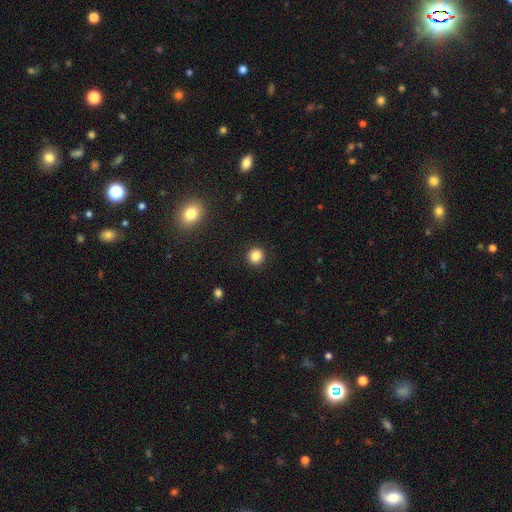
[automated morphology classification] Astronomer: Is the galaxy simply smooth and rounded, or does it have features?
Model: smooth — 86%.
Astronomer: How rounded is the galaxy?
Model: round — 89%.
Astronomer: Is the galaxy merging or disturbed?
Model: none — 92%.